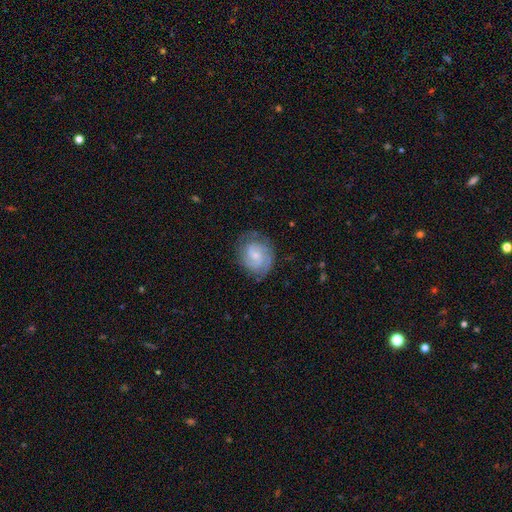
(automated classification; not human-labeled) Q: Smooth or featured?
A: featured or disk (74%); runner-up: smooth (20%)
Q: Edge-on disk?
A: no (98%); runner-up: yes (2%)
Q: Bar?
A: no (54%); runner-up: weak (40%)
Q: Spiral arms?
A: yes (94%); runner-up: no (6%)
Q: Spiral winding?
A: tight (53%); runner-up: medium (38%)
Q: Spiral arm count?
A: 2 (54%); runner-up: can't tell (21%)
Q: Bulge size?
A: small (67%); runner-up: moderate (25%)
Q: Merging?
A: none (74%); runner-up: minor disturbance (18%)